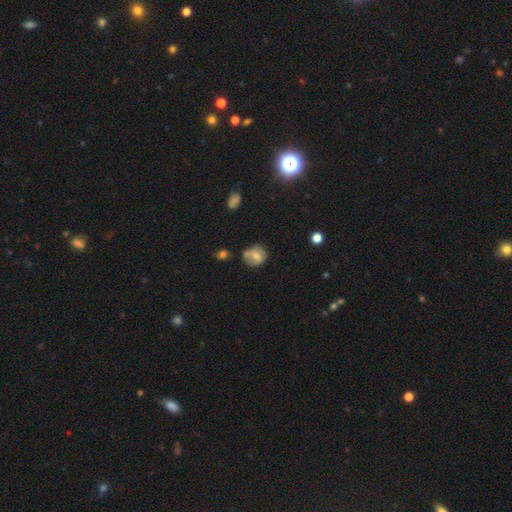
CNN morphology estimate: Smooth or featured? Predicted: smooth (p=0.65). How rounded? Predicted: round (p=0.70). Merging? Predicted: none (p=0.56).